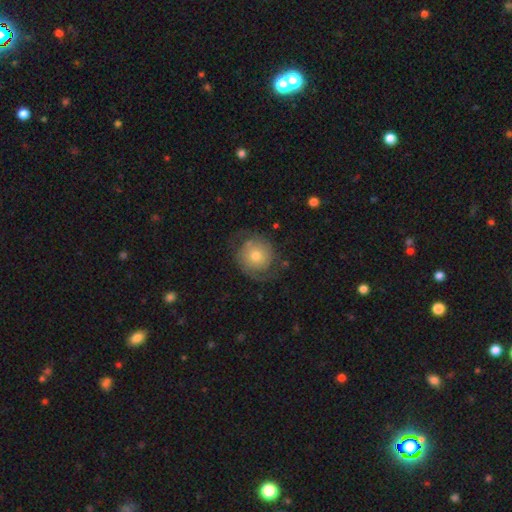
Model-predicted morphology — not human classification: smooth-or-featured: featured or disk: 62% | smooth: 30% | star or artifact: 8%
  disk-edge-on: no: 97% | yes: 3%
    bar: no: 81% | weak: 15% | strong: 3%
    has-spiral-arms: yes: 86% | no: 14%
      spiral-winding: tight: 39% | medium: 38% | loose: 23%
      spiral-arm-count: 2: 79% | can't tell: 11% | 1: 4% | 3: 3% | 4: 2% | more than 4: 2%
    bulge-size: moderate: 53% | small: 40% | large: 5% | dominant: 1% | none: 1%
  merging: none: 69% | minor disturbance: 17% | major disturbance: 12% | merger: 2%